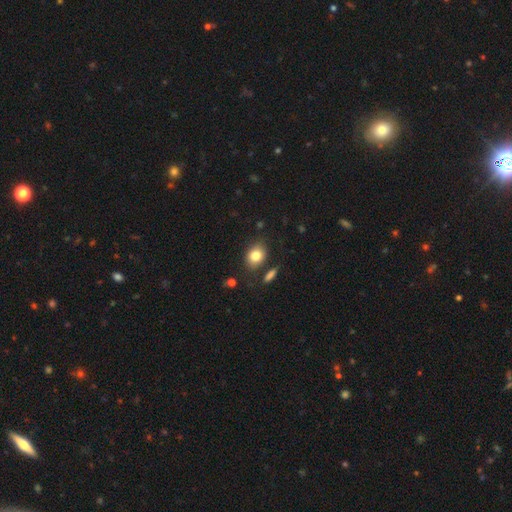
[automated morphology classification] Q: Smooth or featured?
A: smooth (81%); runner-up: featured or disk (10%)
Q: How rounded?
A: in between (57%); runner-up: round (42%)
Q: Merging?
A: none (75%); runner-up: minor disturbance (14%)